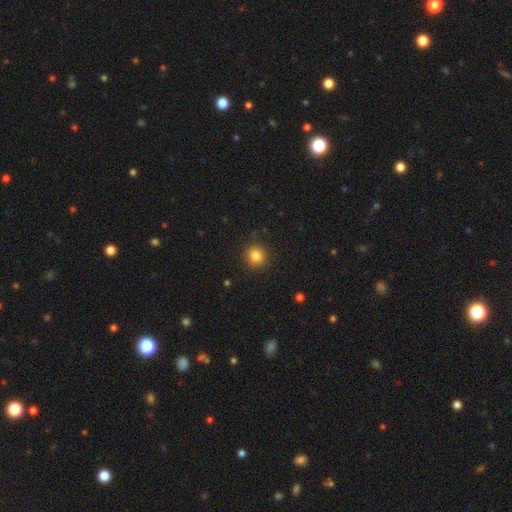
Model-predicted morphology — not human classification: smooth 84%, star or artifact 11%, featured or disk 5%. Down the decision tree: how rounded — round (90%); merging — none (90%).